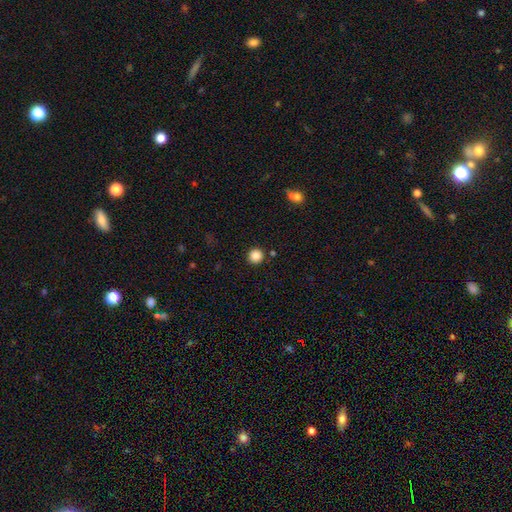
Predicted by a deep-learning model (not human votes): smooth-or-featured: smooth: 86% | star or artifact: 11% | featured or disk: 3%
  how-rounded: round: 95% | in between: 4% | cigar-shaped: 1%
  merging: none: 90% | minor disturbance: 5% | merger: 3% | major disturbance: 2%